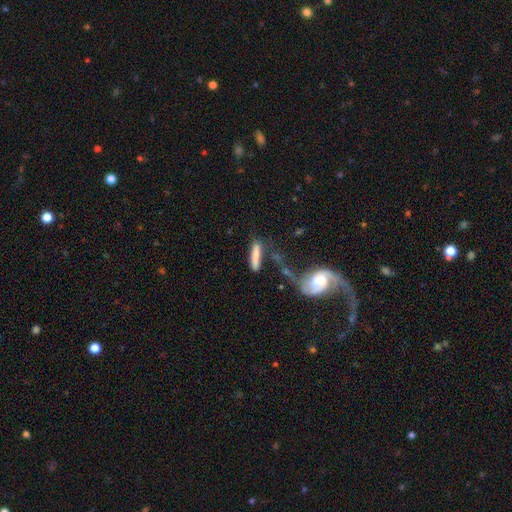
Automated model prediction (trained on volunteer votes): Q: Smooth or featured?
A: smooth (71%); runner-up: featured or disk (21%)
Q: How rounded?
A: cigar-shaped (85%); runner-up: in between (13%)
Q: Merging?
A: none (59%); runner-up: minor disturbance (17%)